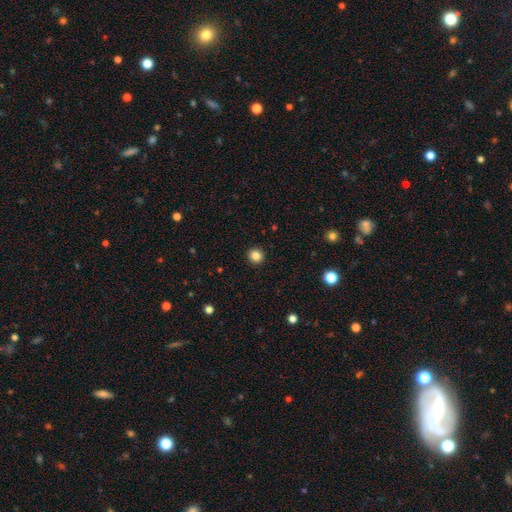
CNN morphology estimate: Smooth or featured? Predicted: smooth (p=0.85). How rounded? Predicted: round (p=0.90). Merging? Predicted: none (p=0.93).